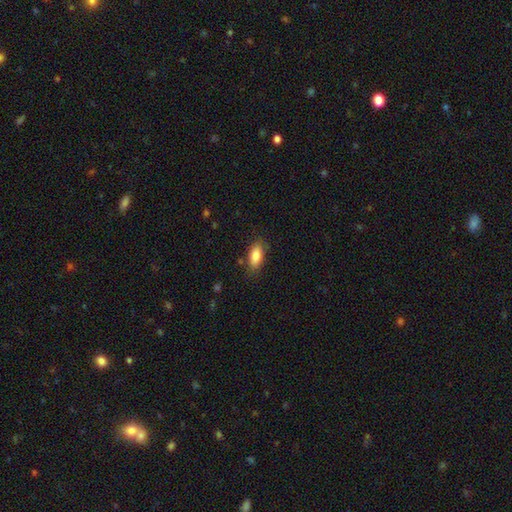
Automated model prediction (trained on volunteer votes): A smooth galaxy with no disk features (84%) that is in between round and cigar-shaped (86%).

Vote fractions:
- Smooth or featured? smooth: 84% / featured or disk: 9% / star or artifact: 7%
- How rounded? in between: 86% / cigar-shaped: 11% / round: 3%
- Merging? none: 80% / minor disturbance: 14% / major disturbance: 4% / merger: 2%